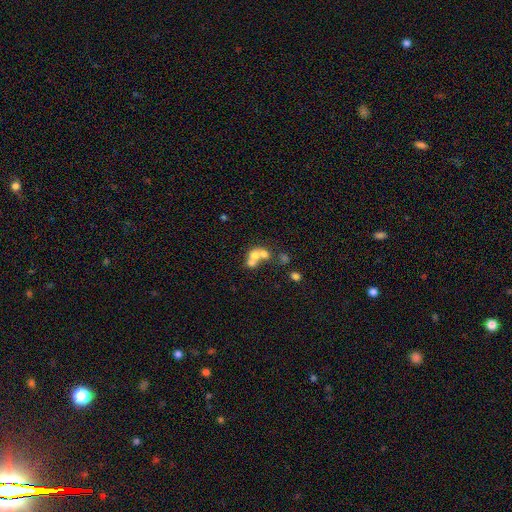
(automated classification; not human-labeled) Overall: smooth (59%; featured or disk 28%). How rounded: round (68%; in between 31%). Merging: merger (65%).